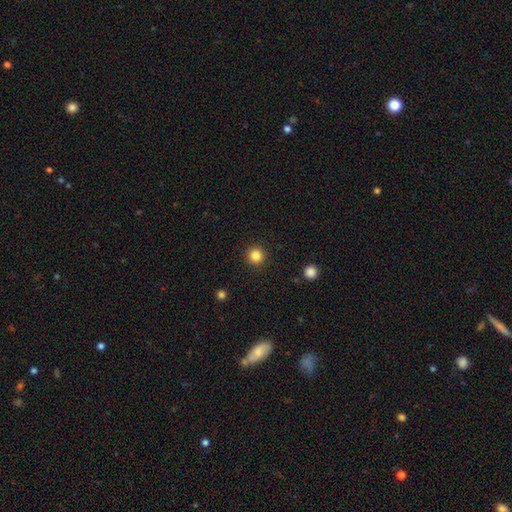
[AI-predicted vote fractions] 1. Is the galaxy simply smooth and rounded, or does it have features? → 84% smooth, 12% star or artifact, 4% featured or disk.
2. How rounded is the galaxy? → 95% round, 4% in between, 1% cigar-shaped.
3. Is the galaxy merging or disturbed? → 92% none, 5% minor disturbance, 2% major disturbance, 1% merger.